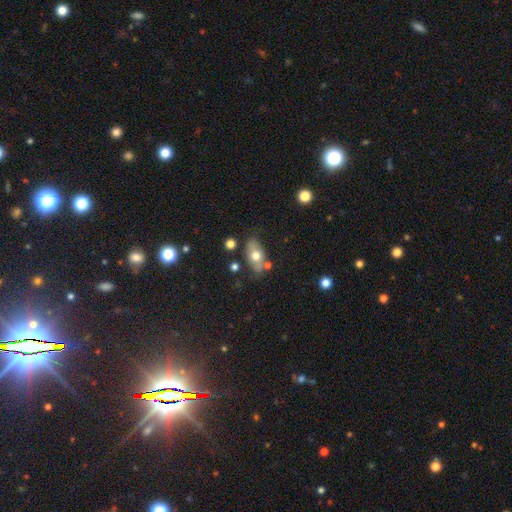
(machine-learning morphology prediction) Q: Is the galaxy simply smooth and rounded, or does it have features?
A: smooth — 60%.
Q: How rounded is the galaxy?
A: in between — 87%.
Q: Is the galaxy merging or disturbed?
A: none — 70%.